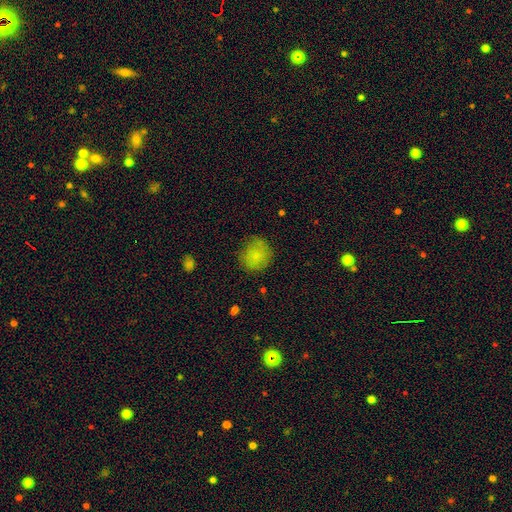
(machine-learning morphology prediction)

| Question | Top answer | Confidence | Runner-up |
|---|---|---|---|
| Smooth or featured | smooth | 80% | featured or disk (10%) |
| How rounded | round | 85% | in between (14%) |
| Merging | none | 74% | minor disturbance (19%) |